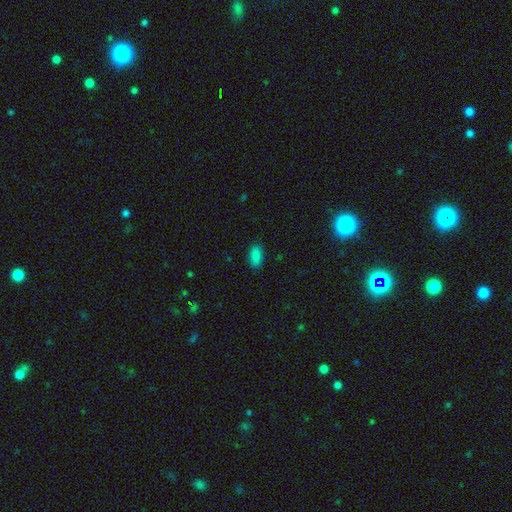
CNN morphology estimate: The model was most divided on "smooth or featured": smooth: 85%, star or artifact: 10%, featured or disk: 5%. More confident: how rounded — in between (90%); merging — none (87%).